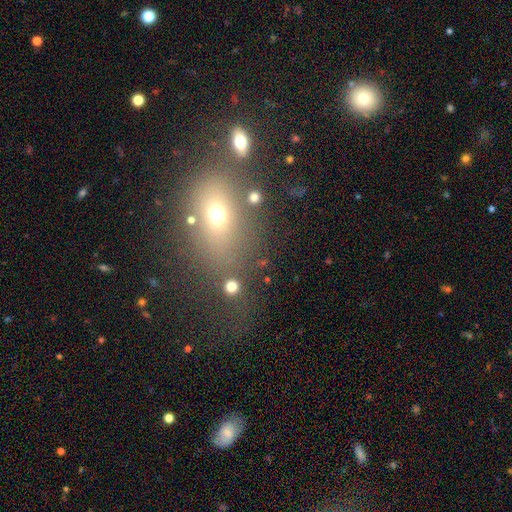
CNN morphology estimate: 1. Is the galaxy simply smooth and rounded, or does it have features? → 56% smooth, 26% star or artifact, 19% featured or disk.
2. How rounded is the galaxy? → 71% in between, 24% round, 5% cigar-shaped.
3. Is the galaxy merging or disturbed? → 58% none, 17% minor disturbance, 13% merger, 12% major disturbance.